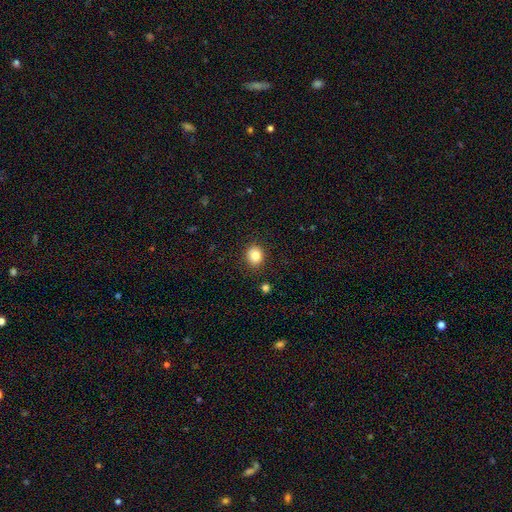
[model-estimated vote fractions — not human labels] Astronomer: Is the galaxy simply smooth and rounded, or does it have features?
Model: smooth — 84%.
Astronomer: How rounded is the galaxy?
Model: round — 70%.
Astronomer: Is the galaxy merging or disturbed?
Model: none — 88%.